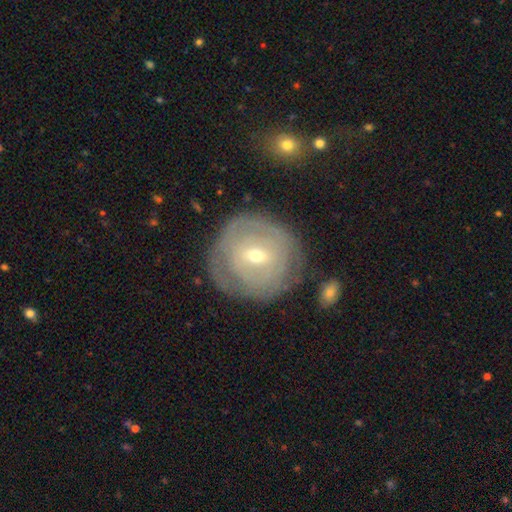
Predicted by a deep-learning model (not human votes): Q: Smooth or featured?
A: featured or disk (69%); runner-up: smooth (25%)
Q: Edge-on disk?
A: no (96%); runner-up: yes (4%)
Q: Bar?
A: weak (51%); runner-up: no (33%)
Q: Spiral arms?
A: yes (66%); runner-up: no (34%)
Q: Bulge size?
A: small (56%); runner-up: moderate (41%)
Q: Merging?
A: none (76%); runner-up: minor disturbance (15%)